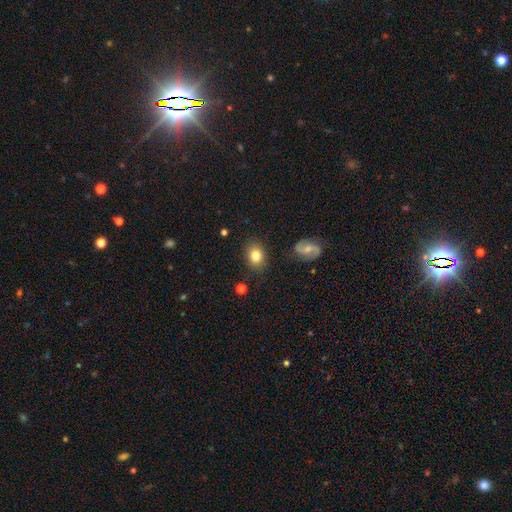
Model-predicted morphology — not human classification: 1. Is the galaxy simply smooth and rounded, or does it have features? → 80% smooth, 12% featured or disk, 9% star or artifact.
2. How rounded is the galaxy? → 59% in between, 40% round, 1% cigar-shaped.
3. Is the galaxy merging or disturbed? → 84% none, 12% minor disturbance, 3% major disturbance, 2% merger.